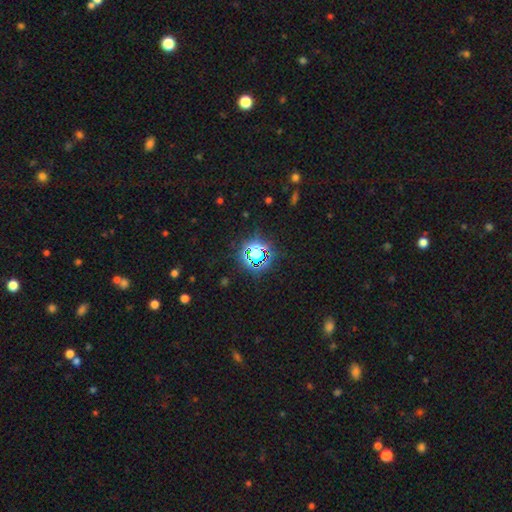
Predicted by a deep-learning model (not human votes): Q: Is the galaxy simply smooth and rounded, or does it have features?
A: star or artifact — 71%.